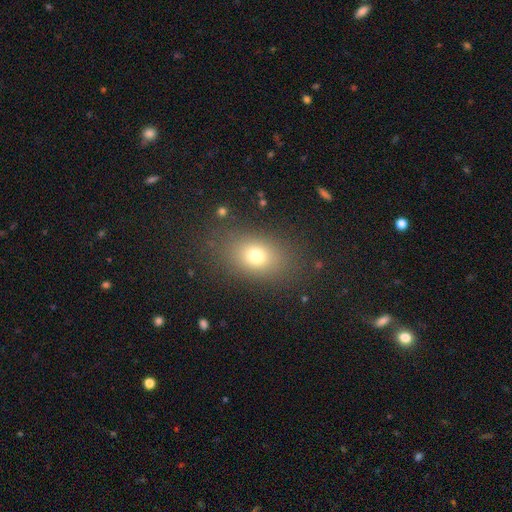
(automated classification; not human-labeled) Smooth or featured?
  - smooth: 74% *
  - star or artifact: 14%
  - featured or disk: 12%
How rounded?
  - in between: 73% *
  - round: 25%
  - cigar-shaped: 2%
Merging?
  - none: 83% *
  - minor disturbance: 10%
  - major disturbance: 5%
  - merger: 2%